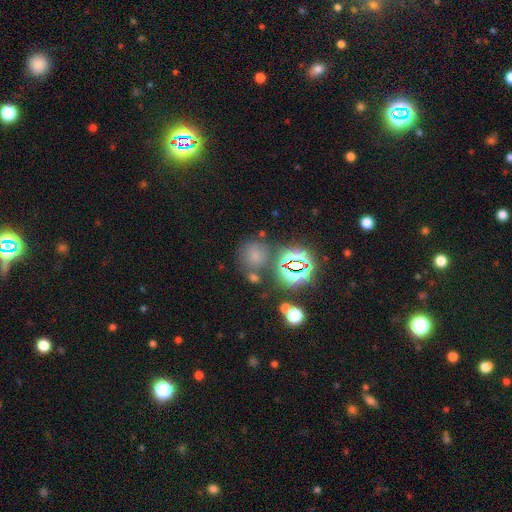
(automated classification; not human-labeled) Smooth or featured: smooth — 58% (star or artifact — 34%)
How rounded: round — 84% (in between — 14%)
Merging: none — 68% (merger — 13%)